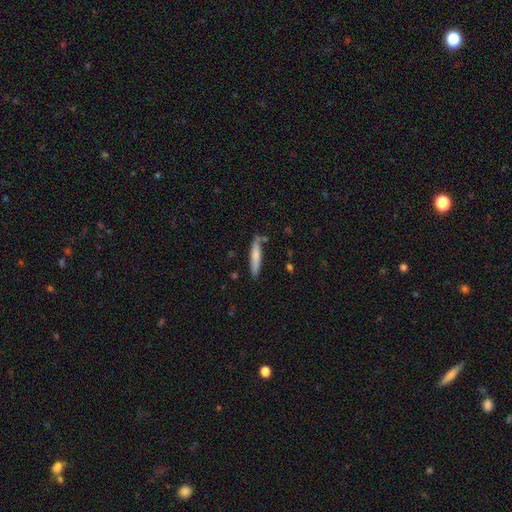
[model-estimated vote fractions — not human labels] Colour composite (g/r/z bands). It shows a smooth galaxy with no disk features (72%) that is cigar-shaped (90%). Merging: none (79%).